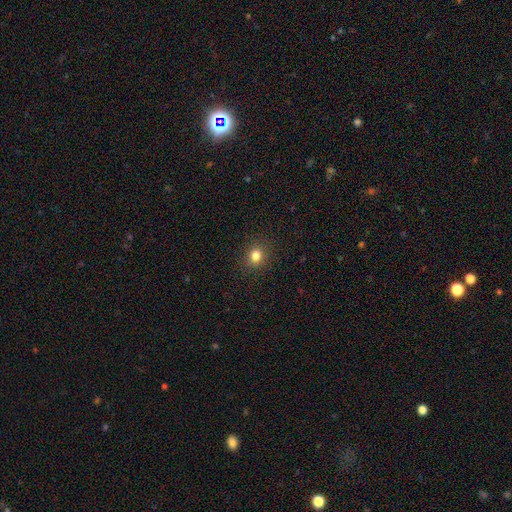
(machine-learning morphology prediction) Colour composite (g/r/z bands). It shows a smooth galaxy with no disk features (82%) that is round (70%). Merging: none (90%).